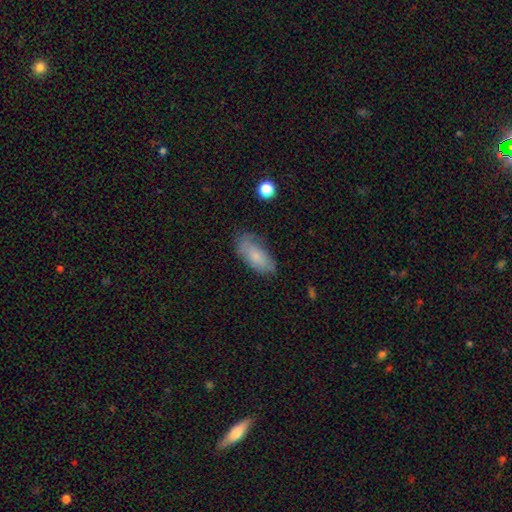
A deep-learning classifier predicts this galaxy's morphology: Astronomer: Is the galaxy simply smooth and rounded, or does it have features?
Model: smooth — 75%.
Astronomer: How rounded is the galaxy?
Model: in between — 88%.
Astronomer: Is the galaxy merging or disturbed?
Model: none — 64%.